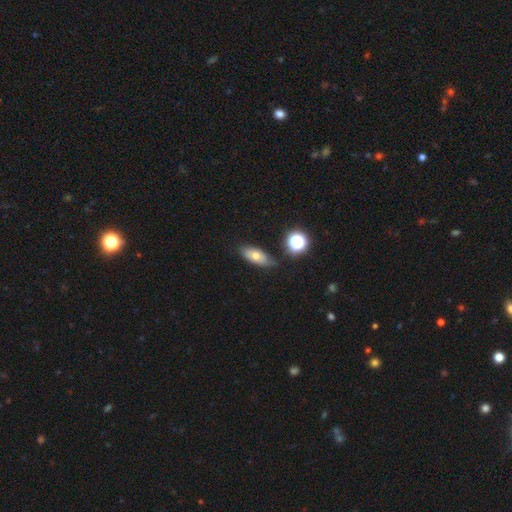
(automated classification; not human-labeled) smooth_or_featured: smooth (p=0.66) [alt: featured or disk p=0.23]
how_rounded: in between (p=0.81) [alt: cigar-shaped p=0.12]
merging: none (p=0.76) [alt: minor disturbance p=0.17]